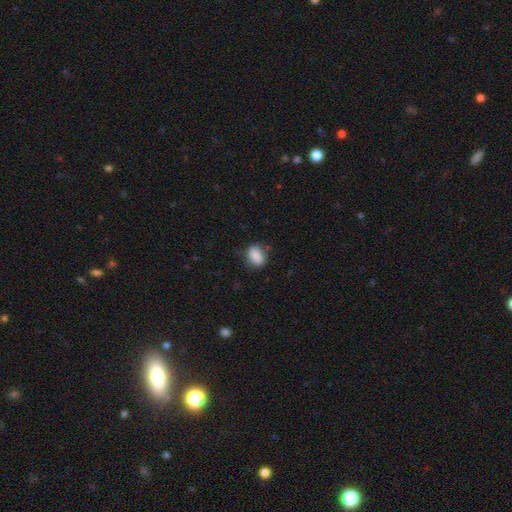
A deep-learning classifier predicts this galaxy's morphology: Smooth or featured? Predicted: smooth (p=0.81). How rounded? Predicted: in between (p=0.63). Merging? Predicted: none (p=0.74).